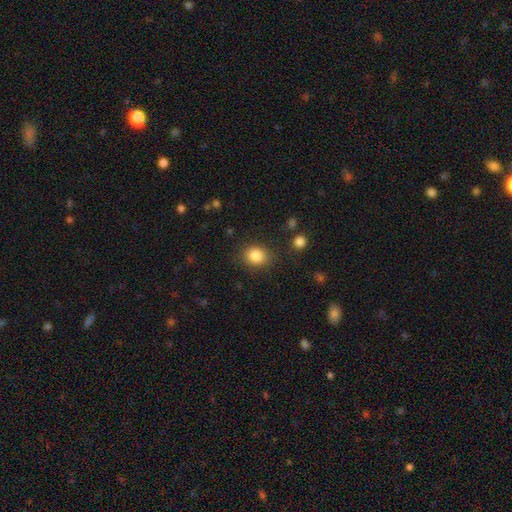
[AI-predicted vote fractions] A smooth galaxy with no disk features (85%) that is round (61%). Merging: none (83%).